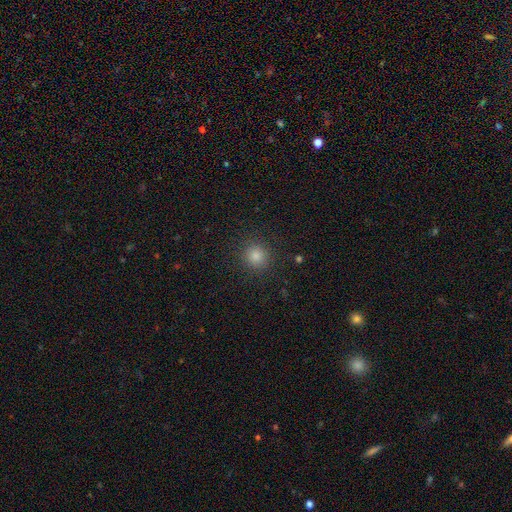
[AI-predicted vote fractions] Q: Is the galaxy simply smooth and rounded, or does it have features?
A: smooth — 80%.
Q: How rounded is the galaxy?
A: round — 93%.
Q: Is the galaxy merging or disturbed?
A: none — 91%.